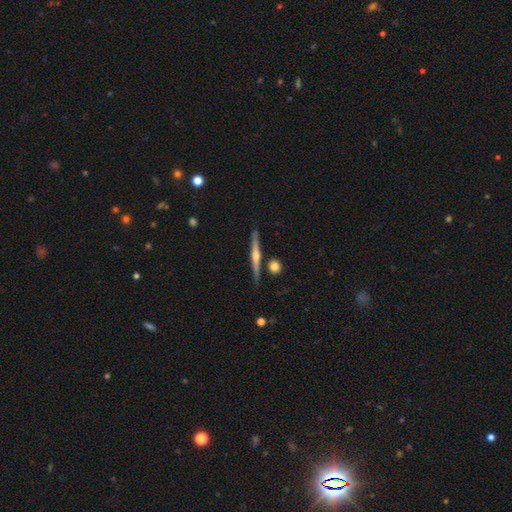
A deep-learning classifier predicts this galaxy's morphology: The model was most divided on "smooth or featured": featured or disk: 72%, smooth: 22%, star or artifact: 6%. More confident: edge-on disk — yes (98%); edge-on bulge — rounded (85%); merging — none (84%).